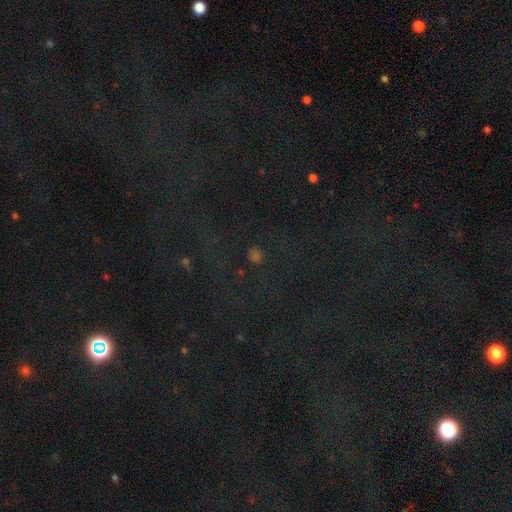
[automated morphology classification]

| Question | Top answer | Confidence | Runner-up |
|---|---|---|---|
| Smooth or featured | star or artifact | 62% | smooth (30%) |